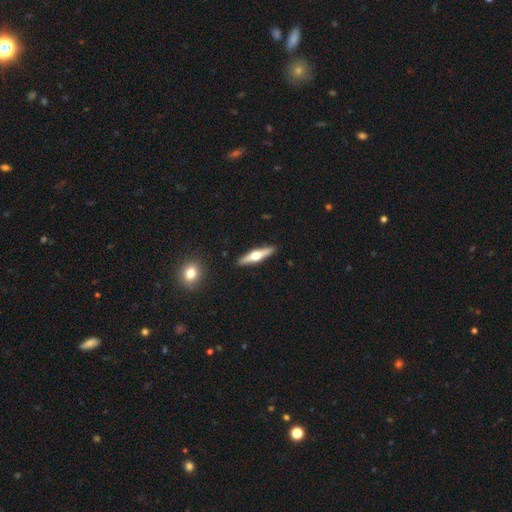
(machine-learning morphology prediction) featured or disk 65%, smooth 30%, star or artifact 5%. Down the decision tree: edge-on disk — yes (96%); edge-on bulge — rounded (95%); merging — none (91%).